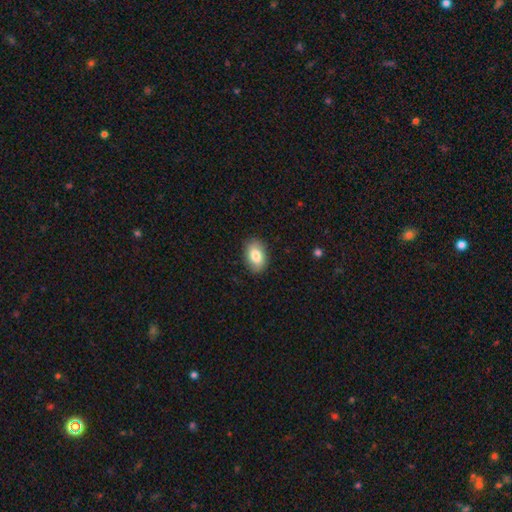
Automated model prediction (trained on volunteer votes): smooth 83%, featured or disk 10%, star or artifact 7%. Down the decision tree: how rounded — in between (89%); merging — none (86%).